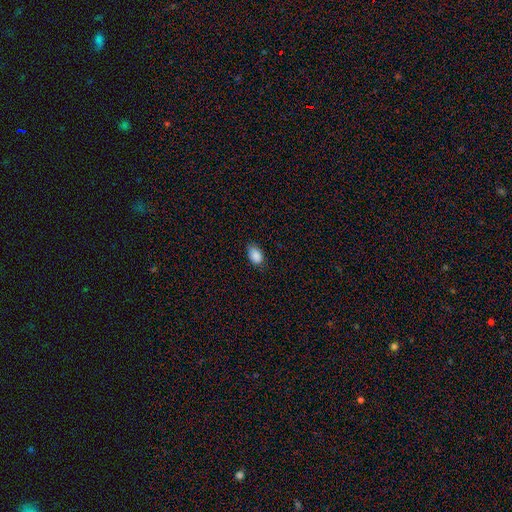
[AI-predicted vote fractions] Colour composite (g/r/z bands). It shows a smooth galaxy with no disk features (89%) that is in between round and cigar-shaped (88%). Merging: none (74%).